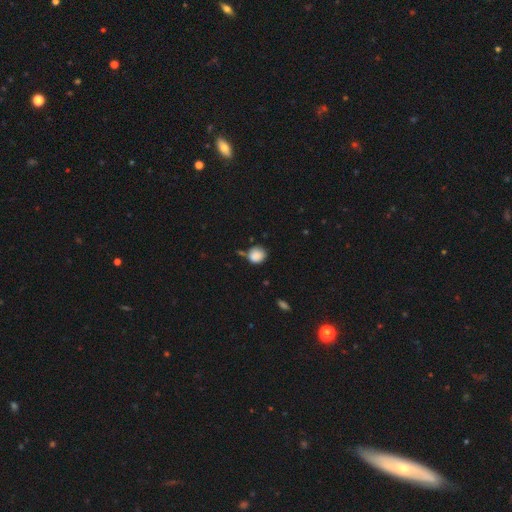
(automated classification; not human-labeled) Q: Smooth or featured?
A: smooth (87%); runner-up: star or artifact (9%)
Q: How rounded?
A: round (84%); runner-up: in between (15%)
Q: Merging?
A: none (63%); runner-up: minor disturbance (22%)